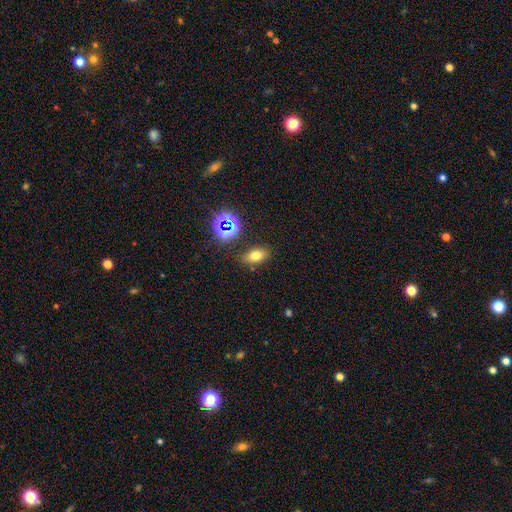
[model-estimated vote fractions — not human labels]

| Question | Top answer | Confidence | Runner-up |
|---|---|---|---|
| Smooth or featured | smooth | 69% | star or artifact (20%) |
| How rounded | in between | 82% | round (14%) |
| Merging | none | 83% | minor disturbance (11%) |